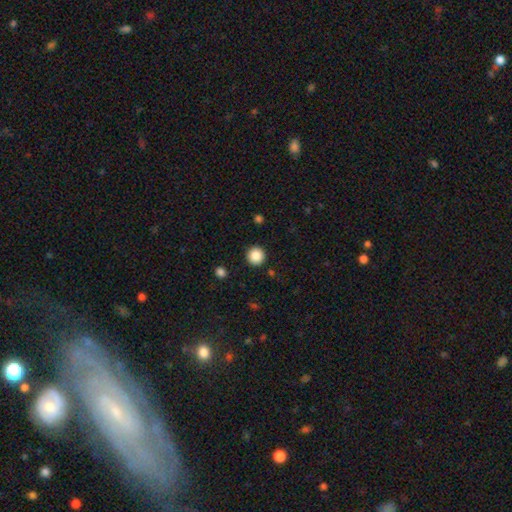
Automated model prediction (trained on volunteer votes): smooth-or-featured: smooth: 87% | star or artifact: 10% | featured or disk: 3%
  how-rounded: round: 96% | in between: 3% | cigar-shaped: 1%
  merging: none: 92% | minor disturbance: 5% | major disturbance: 2% | merger: 1%